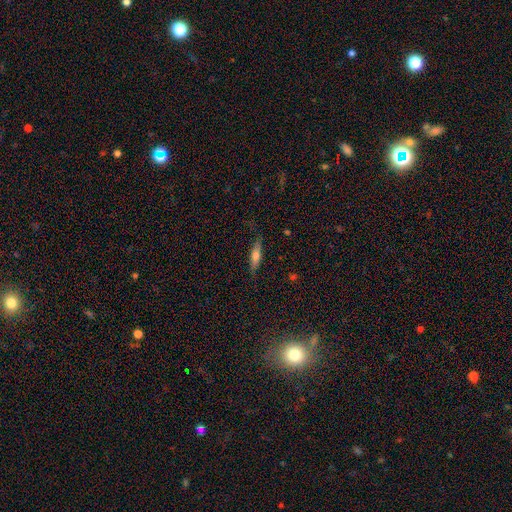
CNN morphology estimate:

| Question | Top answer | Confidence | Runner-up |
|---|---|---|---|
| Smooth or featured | smooth | 56% | featured or disk (37%) |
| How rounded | cigar-shaped | 71% | in between (27%) |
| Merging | none | 82% | minor disturbance (14%) |